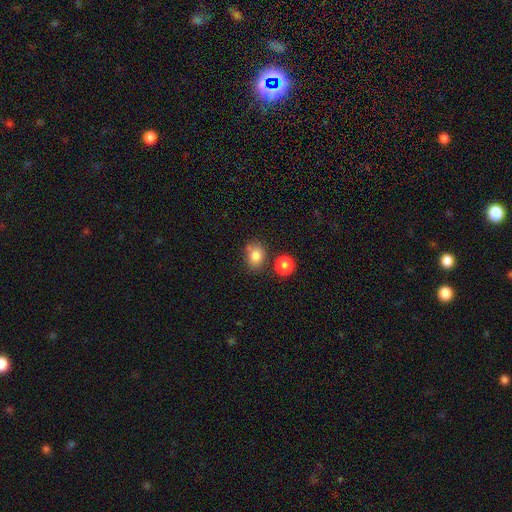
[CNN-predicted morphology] Smooth or featured: smooth — 82% (star or artifact — 11%)
How rounded: round — 51% (in between — 48%)
Merging: none — 69% (minor disturbance — 15%)